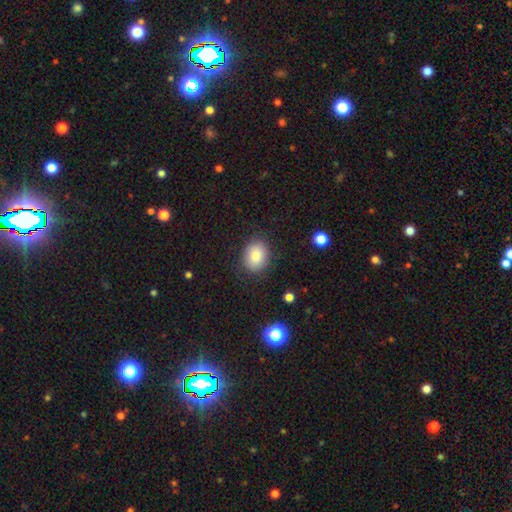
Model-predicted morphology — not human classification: Smooth or featured? smooth (82%)
How rounded? in between (57%)
Merging? none (83%)